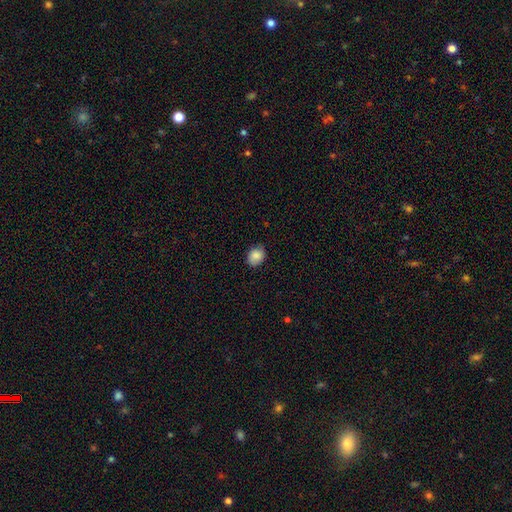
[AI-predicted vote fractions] Smooth or featured?
  - smooth: 86% *
  - star or artifact: 8%
  - featured or disk: 7%
How rounded?
  - in between: 56% *
  - round: 43%
  - cigar-shaped: 1%
Merging?
  - none: 79% *
  - minor disturbance: 17%
  - major disturbance: 3%
  - merger: 1%